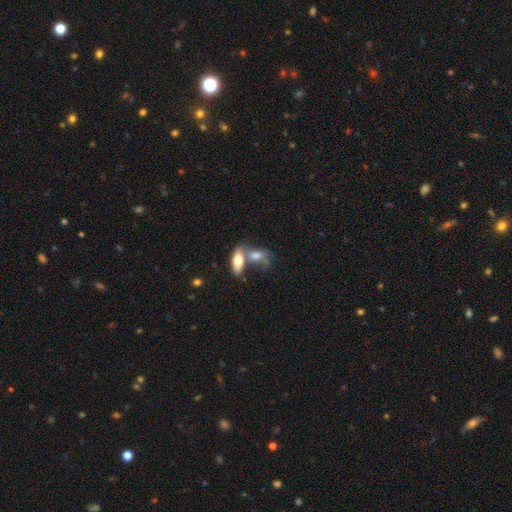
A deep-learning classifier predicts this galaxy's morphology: The model was most divided on "merging": merger: 59%, none: 25%, minor disturbance: 10%, major disturbance: 7%. More confident: how rounded — in between (80%); smooth or featured — smooth (67%).